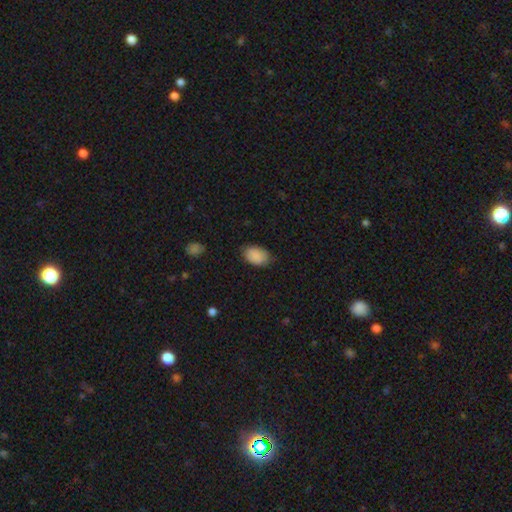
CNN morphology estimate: A smooth galaxy with no disk features (89%) that is in between round and cigar-shaped (88%).

Vote fractions:
- Smooth or featured? smooth: 89% / star or artifact: 7% / featured or disk: 4%
- How rounded? in between: 88% / round: 11% / cigar-shaped: 1%
- Merging? none: 76% / minor disturbance: 19% / major disturbance: 4% / merger: 1%